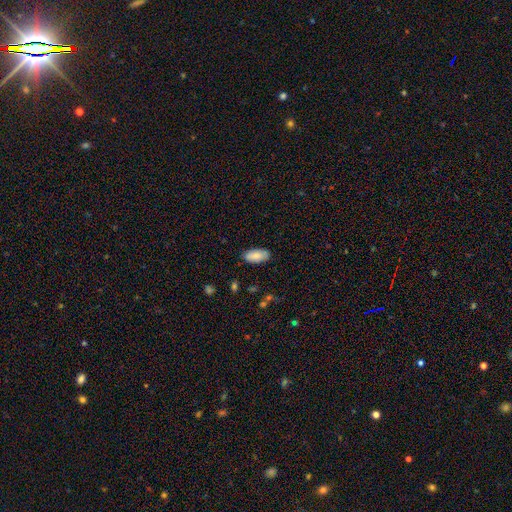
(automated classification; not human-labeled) smooth-or-featured: smooth: 82% | featured or disk: 12% | star or artifact: 6%
  how-rounded: in between: 92% | cigar-shaped: 6% | round: 2%
  merging: none: 85% | minor disturbance: 11% | major disturbance: 2% | merger: 1%